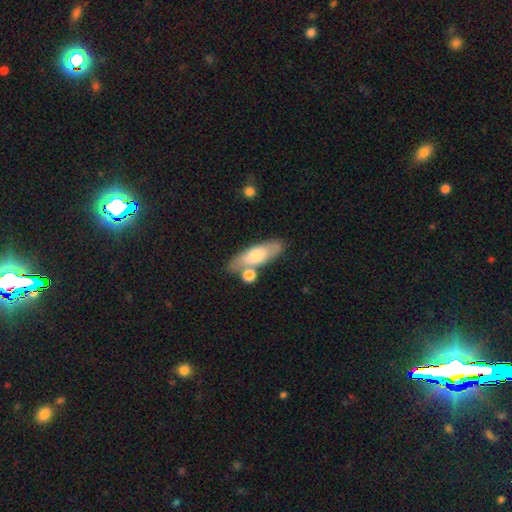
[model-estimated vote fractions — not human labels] This appears to be a smooth galaxy with no disk features (67%) that is in between round and cigar-shaped (58%). Merging: none (66%).